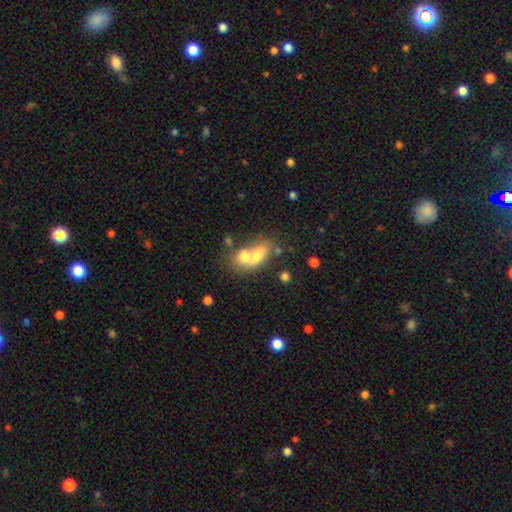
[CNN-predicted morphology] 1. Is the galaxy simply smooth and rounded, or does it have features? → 65% smooth, 25% featured or disk, 9% star or artifact.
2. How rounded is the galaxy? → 73% in between, 19% round, 8% cigar-shaped.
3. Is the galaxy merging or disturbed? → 66% merger, 21% none, 8% minor disturbance, 5% major disturbance.